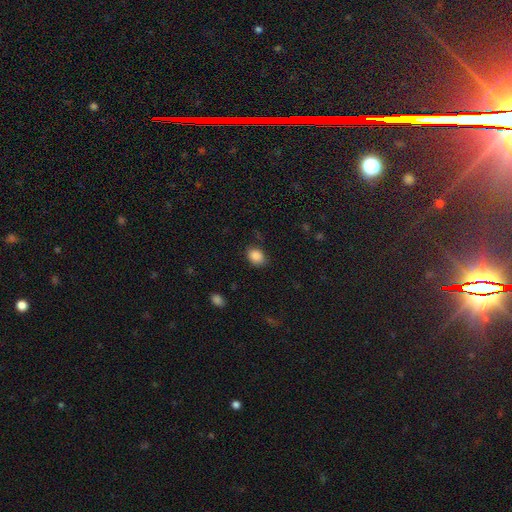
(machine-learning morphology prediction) The model was most divided on "how rounded": in between: 68%, round: 31%, cigar-shaped: 1%. More confident: smooth or featured — smooth (87%); merging — none (79%).